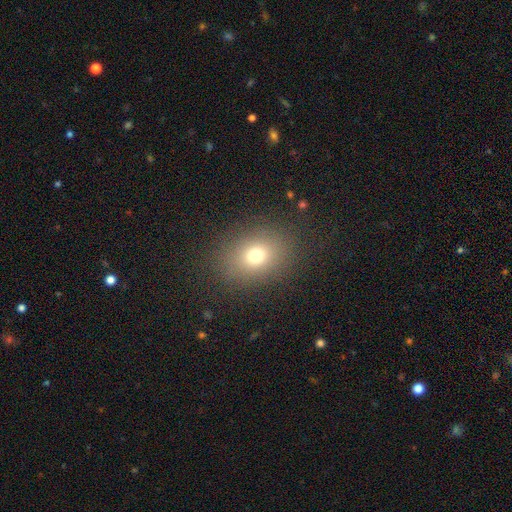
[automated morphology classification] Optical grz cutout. It shows a smooth galaxy with no disk features (72%) that is in between round and cigar-shaped (52%). Merging: none (84%).